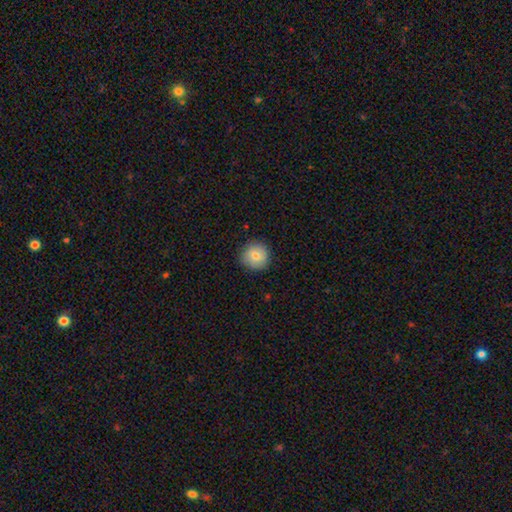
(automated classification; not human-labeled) Q: Smooth or featured?
A: smooth (78%); runner-up: featured or disk (14%)
Q: How rounded?
A: round (93%); runner-up: in between (6%)
Q: Merging?
A: none (88%); runner-up: minor disturbance (9%)